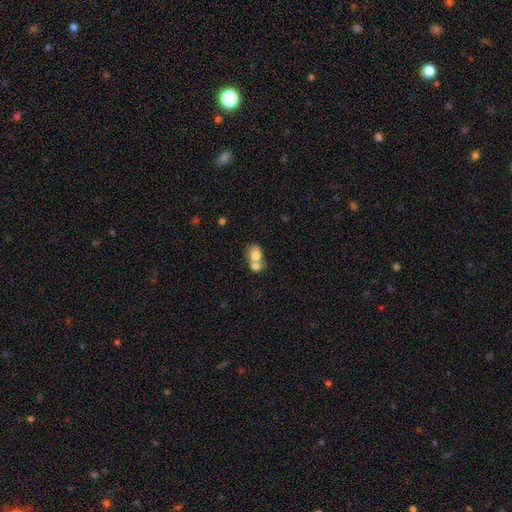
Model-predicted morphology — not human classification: Smooth or featured: smooth — 73% (featured or disk — 18%)
How rounded: in between — 54% (round — 45%)
Merging: merger — 72% (none — 19%)